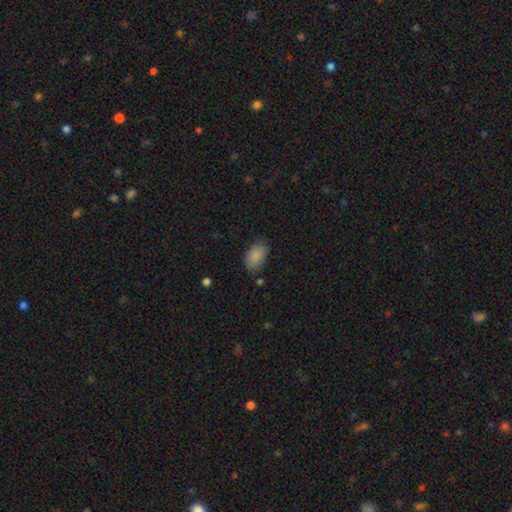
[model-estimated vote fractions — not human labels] Overall: smooth (87%). How rounded: in between (92%). Merging: none (80%).